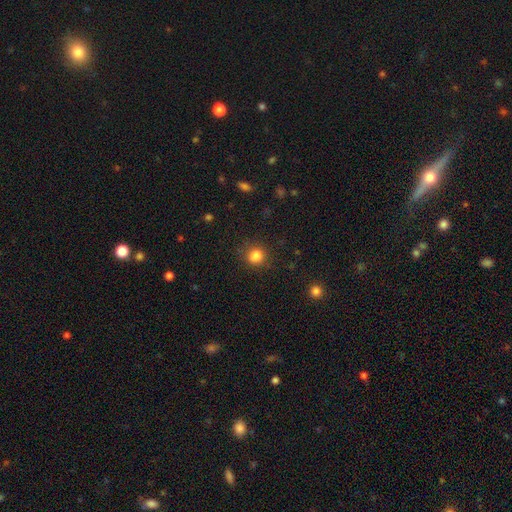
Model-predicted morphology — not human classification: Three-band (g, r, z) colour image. It shows a smooth galaxy with no disk features (84%) that is round (84%). Merging: none (84%).